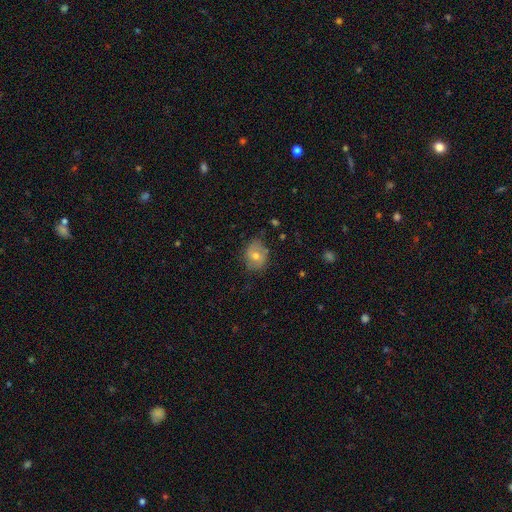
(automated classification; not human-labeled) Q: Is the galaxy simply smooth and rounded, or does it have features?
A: smooth — 56%.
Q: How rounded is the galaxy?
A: round — 59%.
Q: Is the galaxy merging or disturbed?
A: none — 74%.